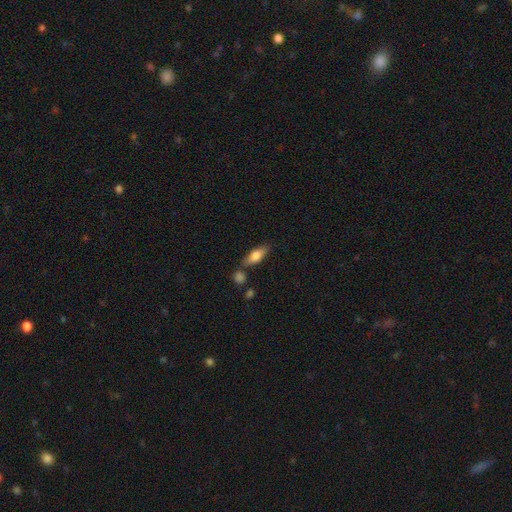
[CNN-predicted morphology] smooth_or_featured: smooth (p=0.69) [alt: featured or disk p=0.24]
how_rounded: in between (p=0.66) [alt: cigar-shaped p=0.31]
merging: none (p=0.71) [alt: minor disturbance p=0.15]